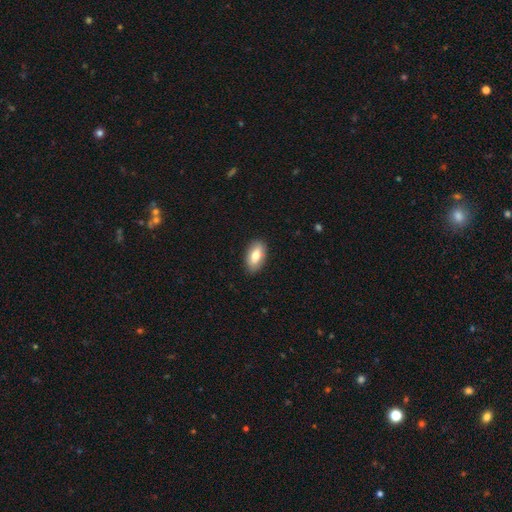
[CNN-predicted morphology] A smooth galaxy with no disk features (74%) that is in between round and cigar-shaped (92%). Merging: none (88%).